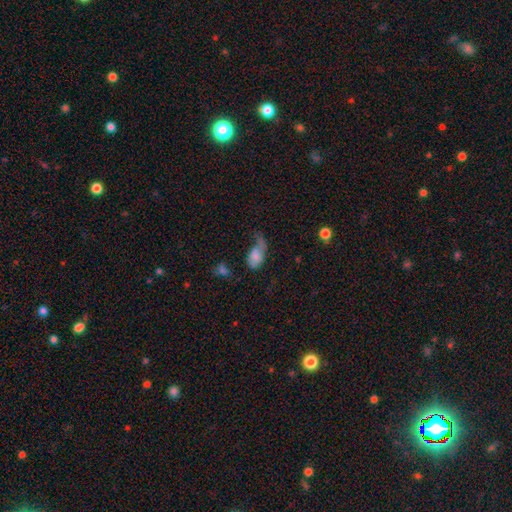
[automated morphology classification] This is likely a smooth galaxy (64%). How rounded: clearly in between (89%). Merging: possibly major disturbance (47%).